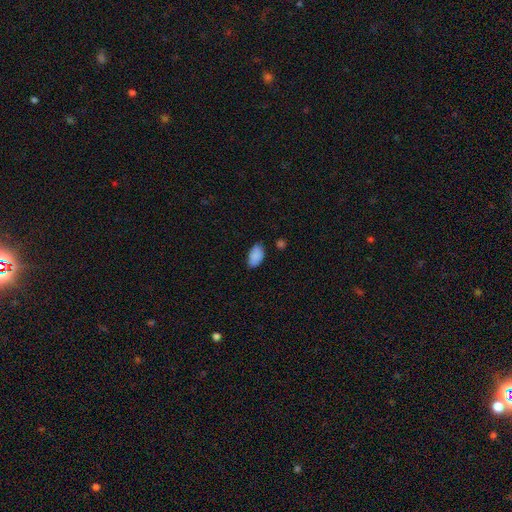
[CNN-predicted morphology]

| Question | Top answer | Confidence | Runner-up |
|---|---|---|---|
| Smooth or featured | smooth | 88% | star or artifact (7%) |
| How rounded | in between | 94% | round (5%) |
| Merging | none | 74% | minor disturbance (20%) |